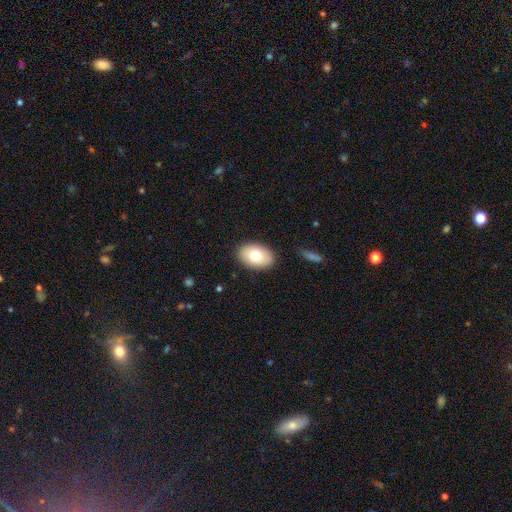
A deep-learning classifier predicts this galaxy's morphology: type=smooth (75%); roundness=in between (86%); merging=none (87%).